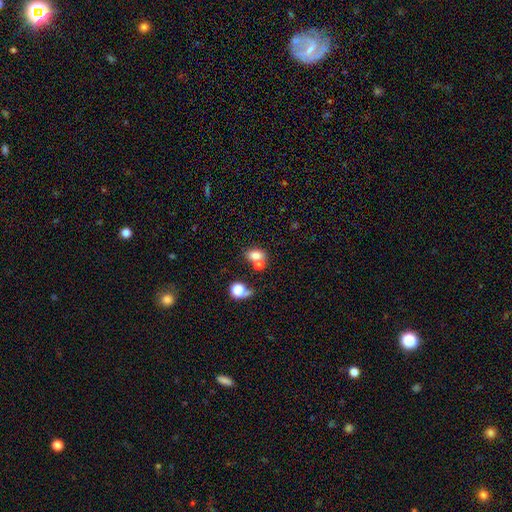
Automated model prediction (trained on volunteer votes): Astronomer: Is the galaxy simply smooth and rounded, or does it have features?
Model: smooth — 73%.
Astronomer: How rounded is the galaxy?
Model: in between — 70%.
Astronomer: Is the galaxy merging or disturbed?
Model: merger — 50% (runner-up: none, 34%).